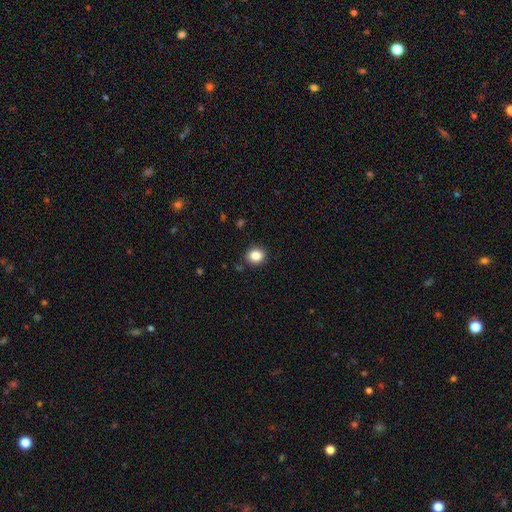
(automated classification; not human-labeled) A smooth galaxy with no disk features (86%) that is round (72%). Merging: none (89%).